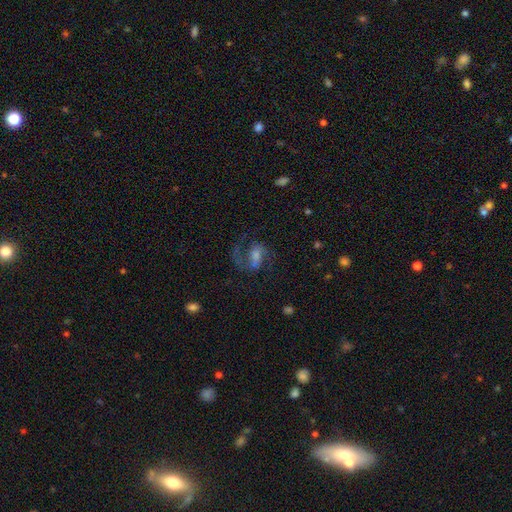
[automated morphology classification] featured or disk 76%, smooth 13%, star or artifact 11%. Down the decision tree: edge-on disk — no (97%); bar — weak (48%); spiral arms — yes (94%); spiral arm count — 2 (83%); spiral winding — medium (55%); bulge size — moderate (41%); merging — none (64%).